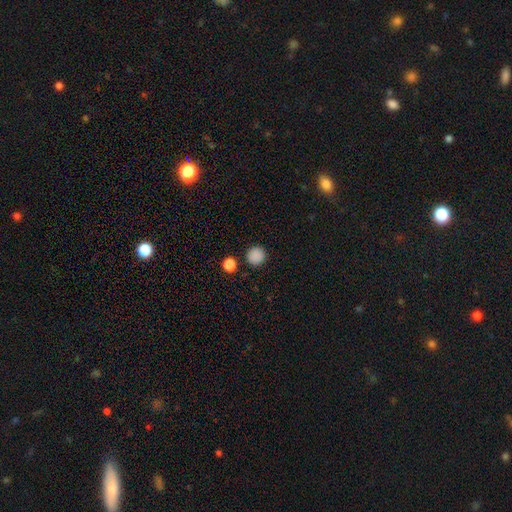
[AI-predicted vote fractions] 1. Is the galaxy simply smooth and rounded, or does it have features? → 87% smooth, 11% star or artifact, 3% featured or disk.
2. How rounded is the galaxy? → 94% round, 5% in between, 1% cigar-shaped.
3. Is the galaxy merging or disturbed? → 89% none, 6% minor disturbance, 3% merger, 2% major disturbance.